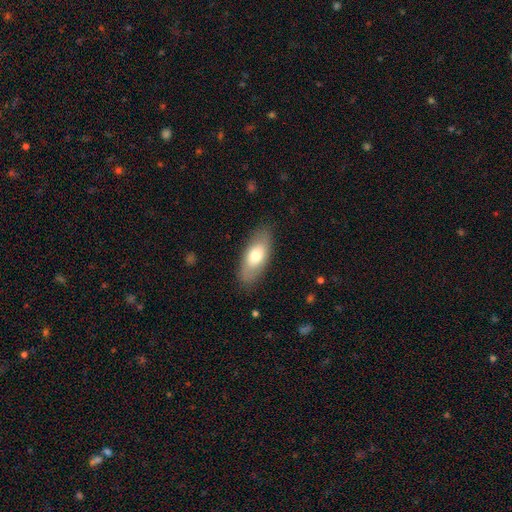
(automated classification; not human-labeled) Q: Smooth or featured?
A: smooth (69%); runner-up: featured or disk (25%)
Q: How rounded?
A: in between (84%); runner-up: cigar-shaped (13%)
Q: Merging?
A: none (84%); runner-up: minor disturbance (12%)